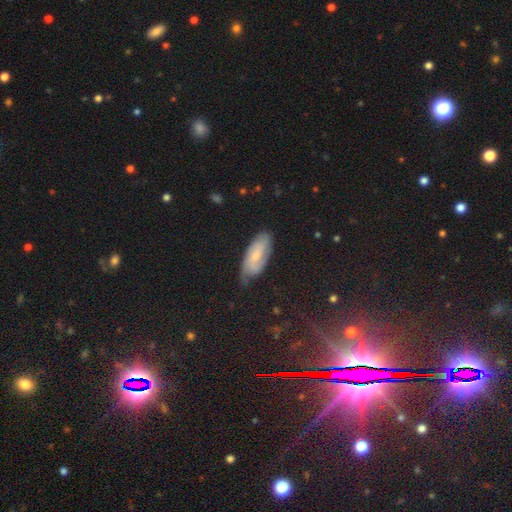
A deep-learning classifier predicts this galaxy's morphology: This appears to be a featured or disk galaxy (47%). Merging: none (65%).